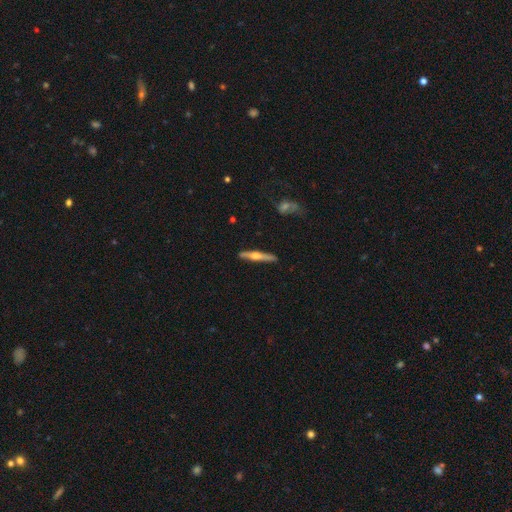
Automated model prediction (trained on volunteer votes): Overall: featured or disk (59%; smooth 36%). Edge-on disk: yes (96%). Edge-on bulge: rounded (89%). Merging: none (89%).